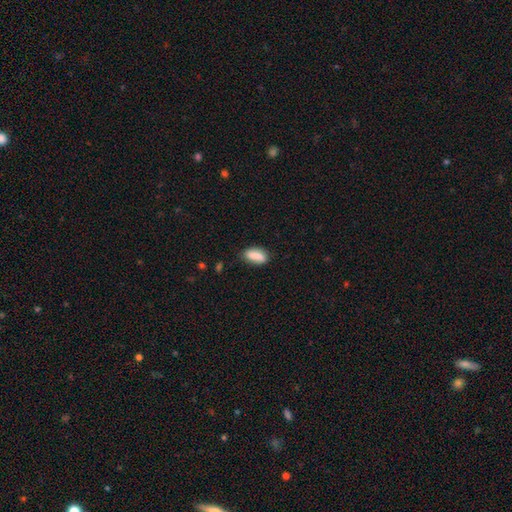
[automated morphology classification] smooth-or-featured: smooth: 85% | featured or disk: 8% | star or artifact: 7%
  how-rounded: in between: 83% | cigar-shaped: 13% | round: 4%
  merging: none: 77% | minor disturbance: 17% | major disturbance: 3% | merger: 2%